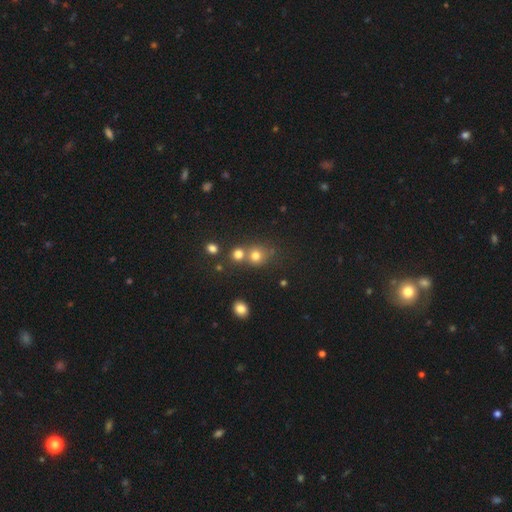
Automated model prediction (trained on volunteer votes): A smooth galaxy with no disk features (74%) that is round (84%). Merging: none (54%).